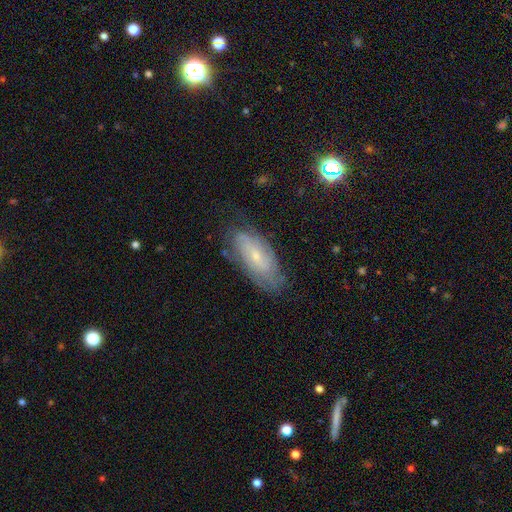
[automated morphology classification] Smooth or featured: featured or disk — 65% (smooth — 27%)
Edge-on disk: no — 89% (yes — 11%)
Bar: no — 61% (weak — 33%)
Spiral arms: yes — 85% (no — 15%)
Bulge size: small — 72% (moderate — 22%)
Merging: none — 73% (minor disturbance — 20%)